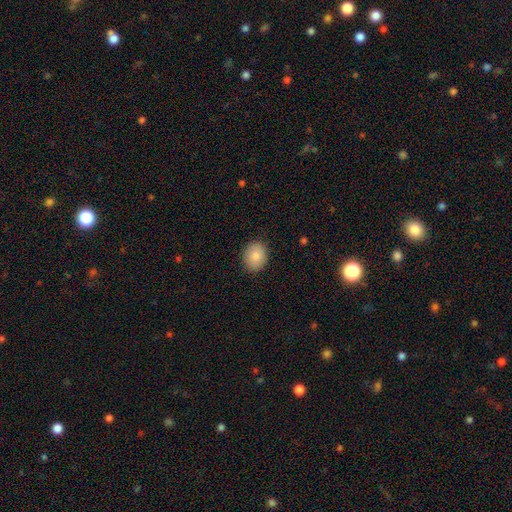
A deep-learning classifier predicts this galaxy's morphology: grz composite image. It shows a smooth galaxy with no disk features (85%) that is round (50%). Merging: none (87%).